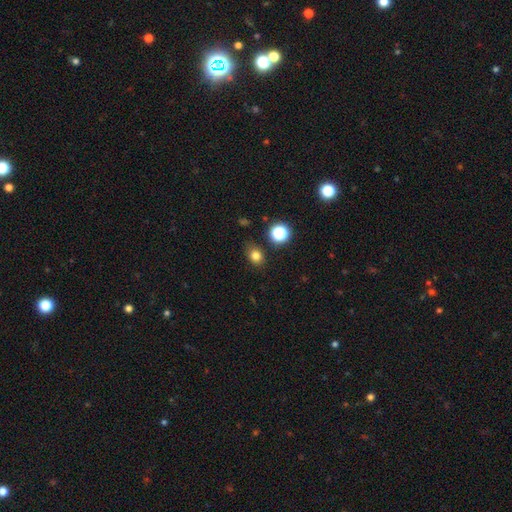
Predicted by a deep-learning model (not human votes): Q: Smooth or featured?
A: smooth (79%); runner-up: star or artifact (15%)
Q: How rounded?
A: round (50%); runner-up: in between (49%)
Q: Merging?
A: none (80%); runner-up: minor disturbance (13%)